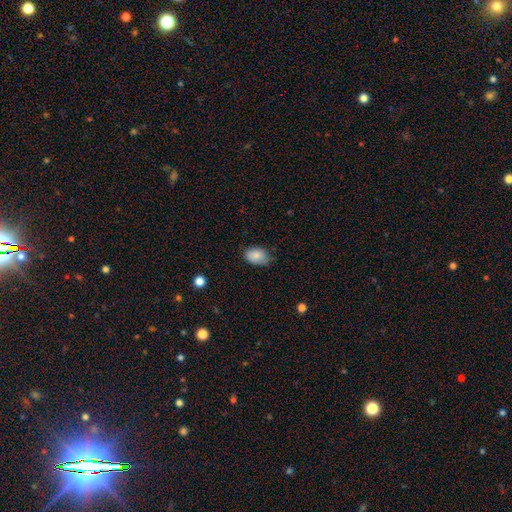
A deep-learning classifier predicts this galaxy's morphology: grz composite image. It shows a smooth galaxy with no disk features (86%) that is in between round and cigar-shaped (84%). Merging: none (70%).